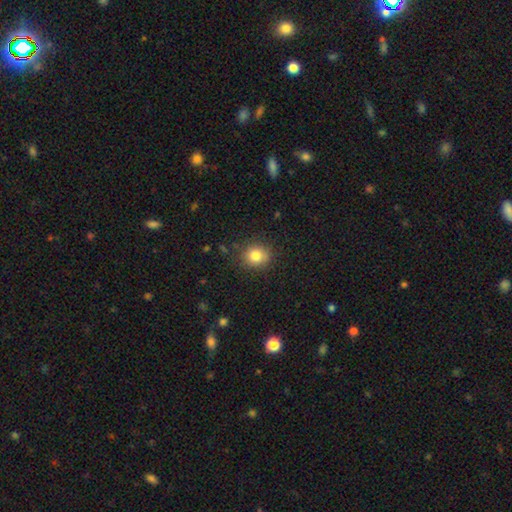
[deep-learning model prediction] Smooth or featured? Predicted: smooth (p=0.82). How rounded? Predicted: round (p=0.79). Merging? Predicted: none (p=0.85).